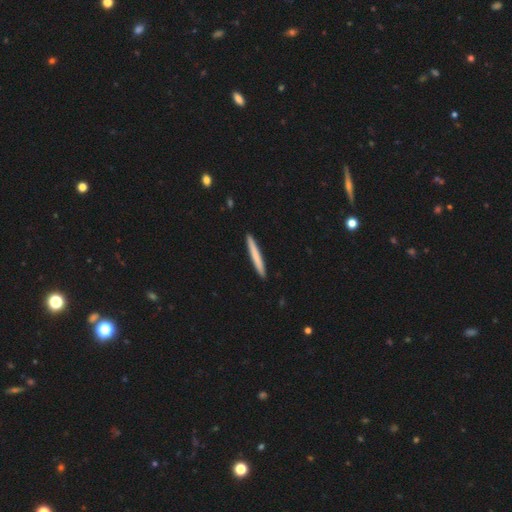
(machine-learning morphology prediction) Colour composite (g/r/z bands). It shows a smooth galaxy with no disk features (73%) that is cigar-shaped (97%). Merging: none (93%).